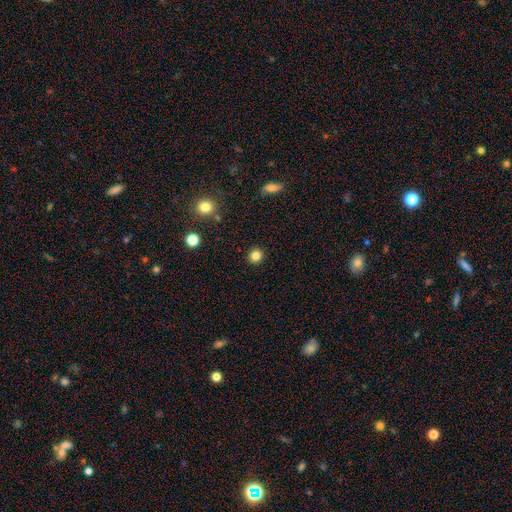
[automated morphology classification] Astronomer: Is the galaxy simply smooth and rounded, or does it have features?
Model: smooth — 83%.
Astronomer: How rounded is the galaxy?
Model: round — 92%.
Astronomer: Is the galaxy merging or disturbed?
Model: none — 92%.